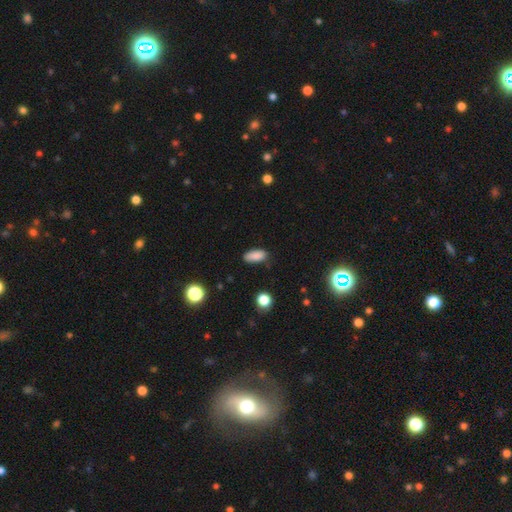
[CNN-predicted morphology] Smooth or featured? Predicted: smooth (p=0.86). How rounded? Predicted: in between (p=0.85). Merging? Predicted: none (p=0.78).